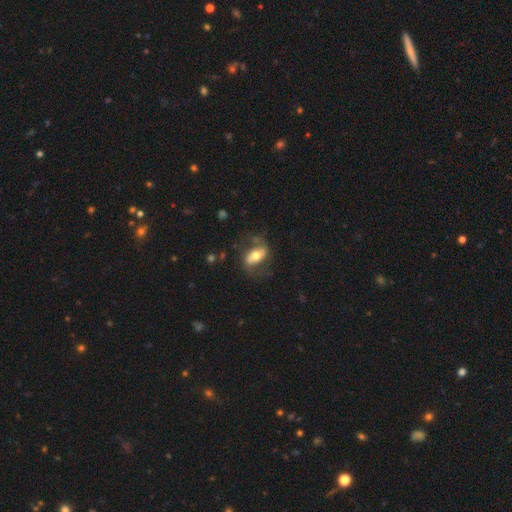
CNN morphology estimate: This is possibly a featured or disk galaxy (55%). It is clearly not viewed edge-on (91%). Bar: marginally strong (36%, tied with no). Spiral arm pattern: likely yes (76%). Central bulge: likely moderate (66%). Merging: likely none (60%).